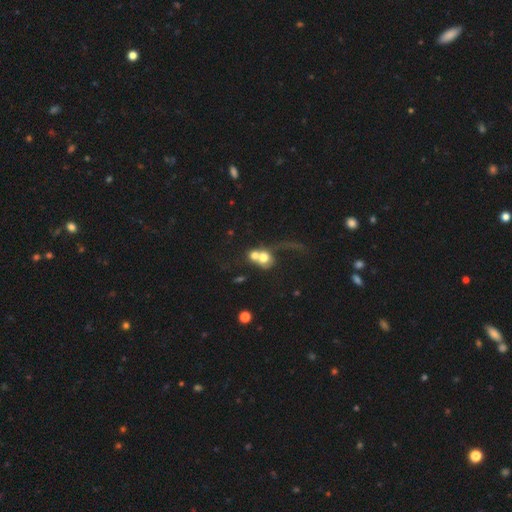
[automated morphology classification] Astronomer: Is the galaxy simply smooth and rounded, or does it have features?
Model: smooth — 58%.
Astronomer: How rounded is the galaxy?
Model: round — 73%.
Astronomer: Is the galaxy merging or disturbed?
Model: merger — 66%.